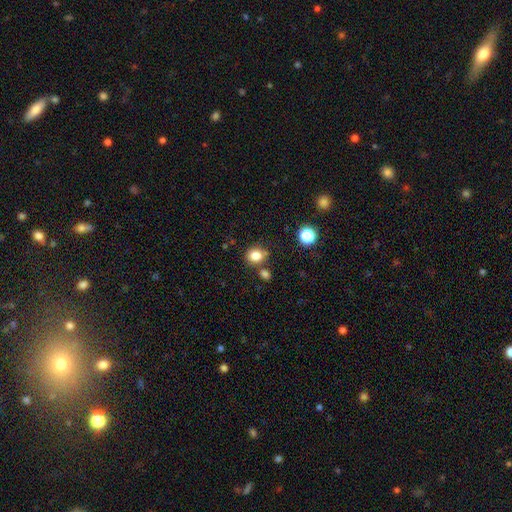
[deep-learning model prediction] smooth 82%, star or artifact 12%, featured or disk 6%. Down the decision tree: how rounded — round (66%); merging — none (71%).